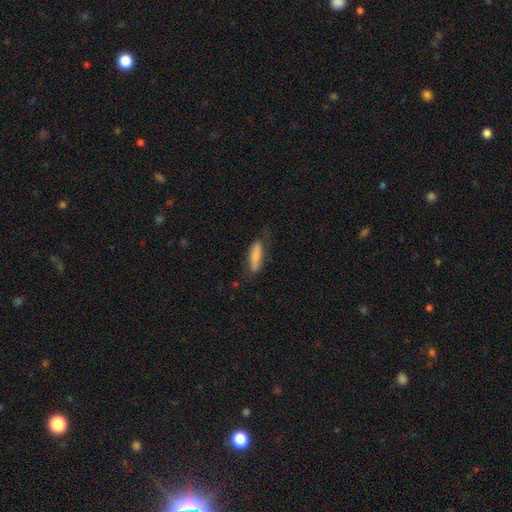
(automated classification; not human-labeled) Q: Smooth or featured?
A: smooth (78%); runner-up: featured or disk (16%)
Q: How rounded?
A: cigar-shaped (56%); runner-up: in between (42%)
Q: Merging?
A: none (65%); runner-up: minor disturbance (25%)